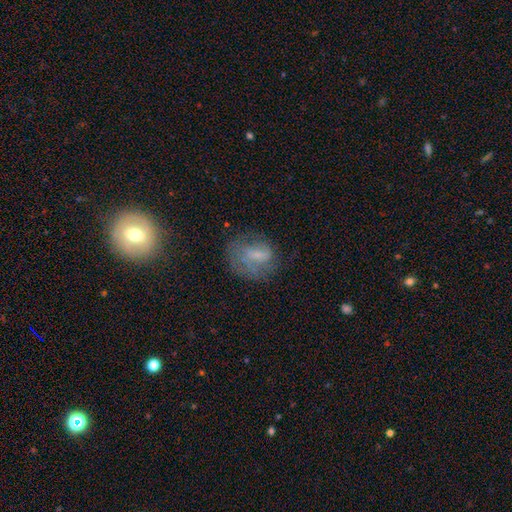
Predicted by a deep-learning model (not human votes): A smooth galaxy with no disk features (45%). Merging: none (50%).